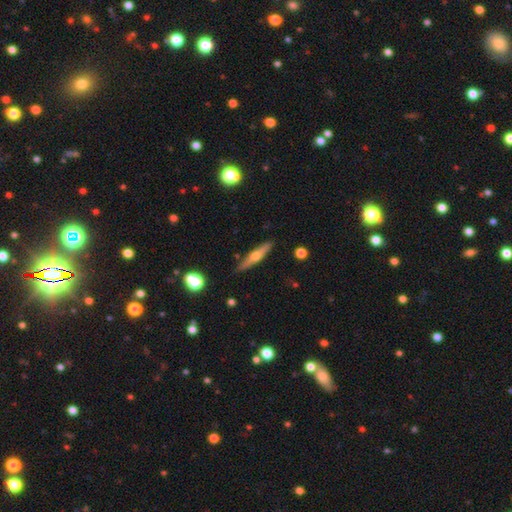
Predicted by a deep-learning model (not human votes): A featured or disk galaxy (57%) viewed edge-on (95%) with a rounded central bulge (90%). Merging: none (87%).